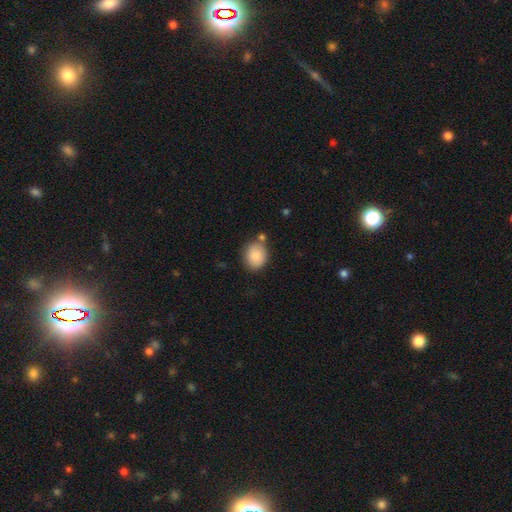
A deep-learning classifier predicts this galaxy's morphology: smooth-or-featured: smooth: 87% | star or artifact: 7% | featured or disk: 6%
  how-rounded: round: 61% | in between: 38% | cigar-shaped: 1%
  merging: none: 73% | minor disturbance: 14% | merger: 9% | major disturbance: 4%